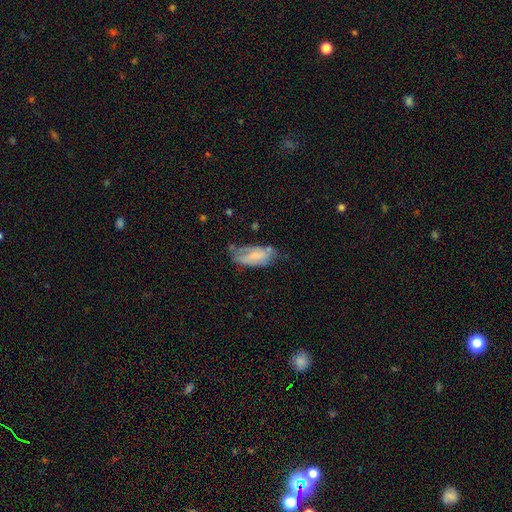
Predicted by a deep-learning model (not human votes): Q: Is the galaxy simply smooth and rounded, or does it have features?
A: featured or disk — 49%.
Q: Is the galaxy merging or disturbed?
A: none — 48%.